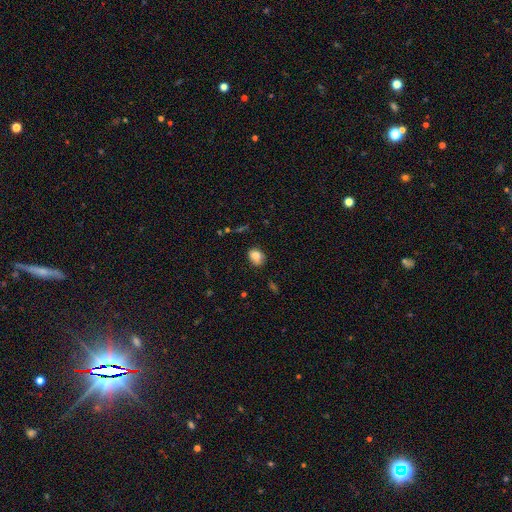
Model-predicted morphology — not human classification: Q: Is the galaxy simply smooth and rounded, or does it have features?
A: smooth — 83%.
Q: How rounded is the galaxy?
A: in between — 57%.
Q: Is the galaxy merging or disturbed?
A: none — 70%.